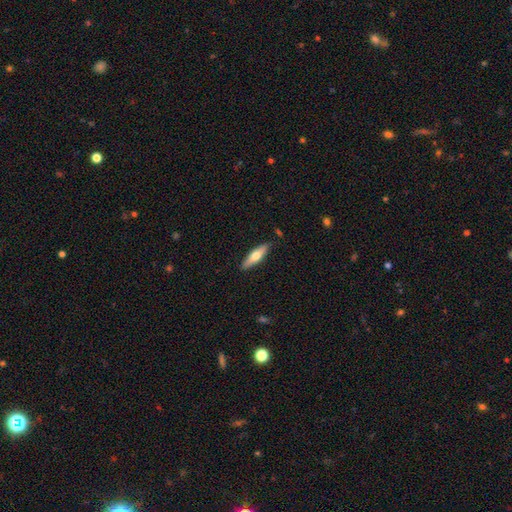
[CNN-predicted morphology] Smooth or featured? Predicted: smooth (p=0.52). How rounded? Predicted: cigar-shaped (p=0.65). Merging? Predicted: none (p=0.87).